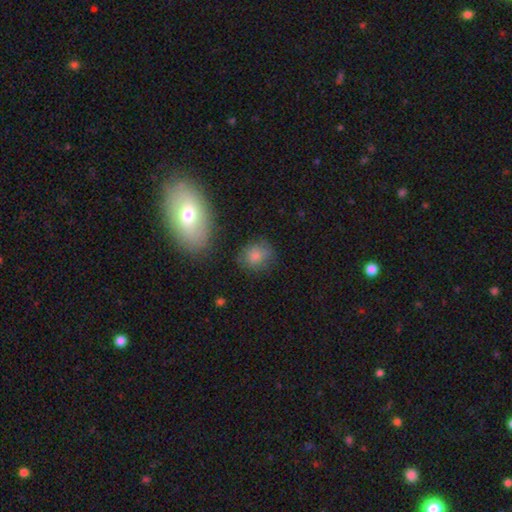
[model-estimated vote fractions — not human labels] Overall: smooth (79%). How rounded: round (73%). Merging: none (73%).